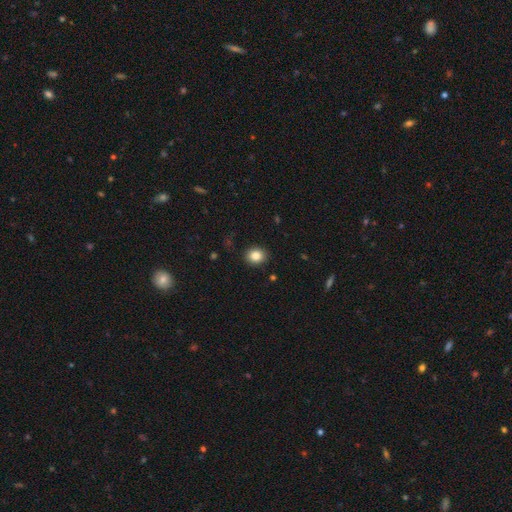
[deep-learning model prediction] This appears to be a smooth galaxy with no disk features (84%) that is round (70%). Merging: none (90%).